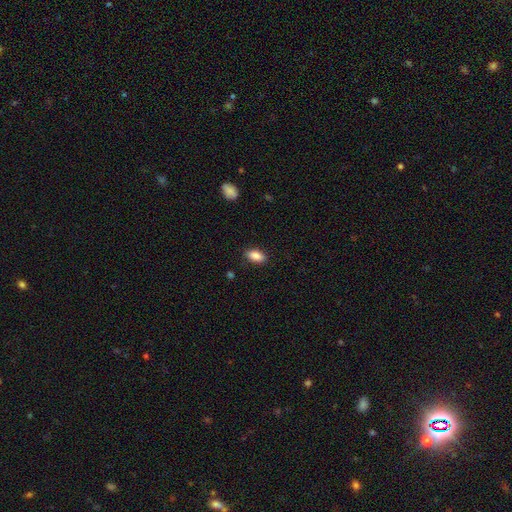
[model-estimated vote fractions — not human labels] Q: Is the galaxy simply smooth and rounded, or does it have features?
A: smooth — 86%.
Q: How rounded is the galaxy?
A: in between — 90%.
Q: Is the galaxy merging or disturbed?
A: none — 86%.